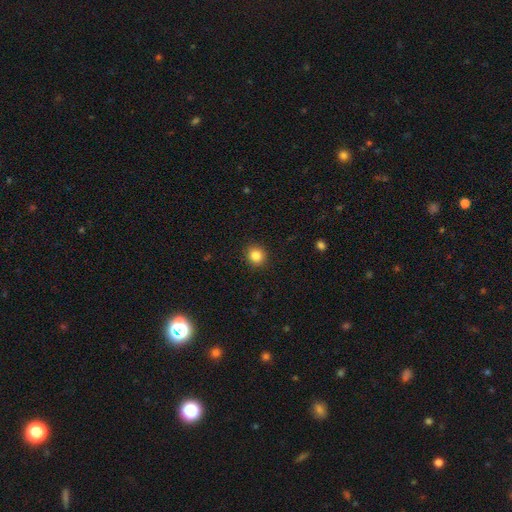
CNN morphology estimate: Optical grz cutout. It shows a smooth galaxy with no disk features (85%) that is round (88%). Merging: none (91%).